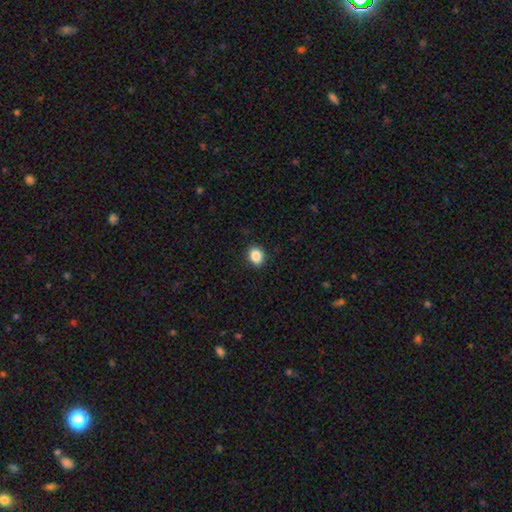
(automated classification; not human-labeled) Smooth or featured: smooth — 88% (star or artifact — 9%)
How rounded: in between — 55% (round — 44%)
Merging: none — 89% (minor disturbance — 8%)